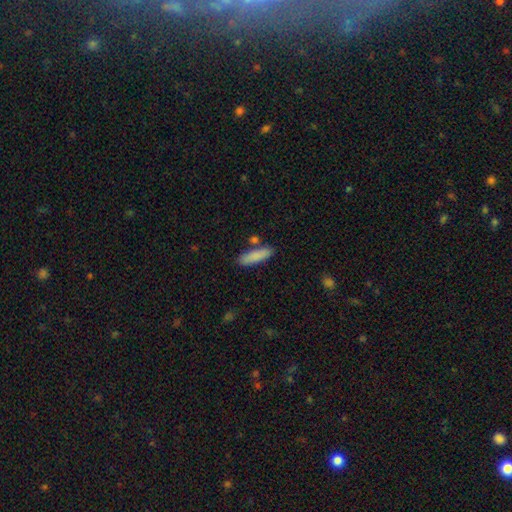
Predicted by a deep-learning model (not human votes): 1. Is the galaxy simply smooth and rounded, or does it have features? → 86% smooth, 8% featured or disk, 6% star or artifact.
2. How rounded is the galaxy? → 66% cigar-shaped, 33% in between, 2% round.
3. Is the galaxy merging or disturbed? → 79% none, 11% minor disturbance, 7% merger, 3% major disturbance.